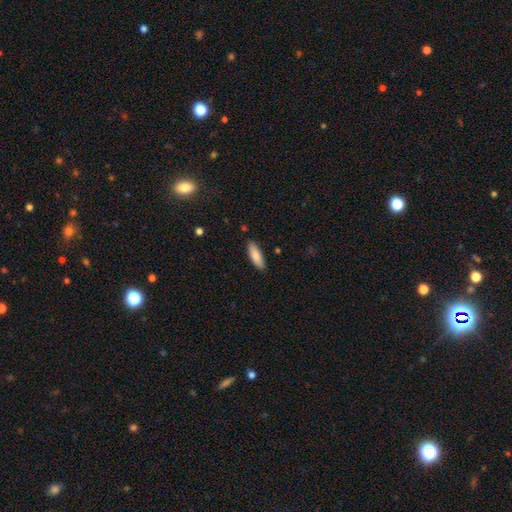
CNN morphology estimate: Q: Smooth or featured?
A: smooth (86%); runner-up: featured or disk (9%)
Q: How rounded?
A: in between (58%); runner-up: cigar-shaped (40%)
Q: Merging?
A: none (87%); runner-up: minor disturbance (10%)